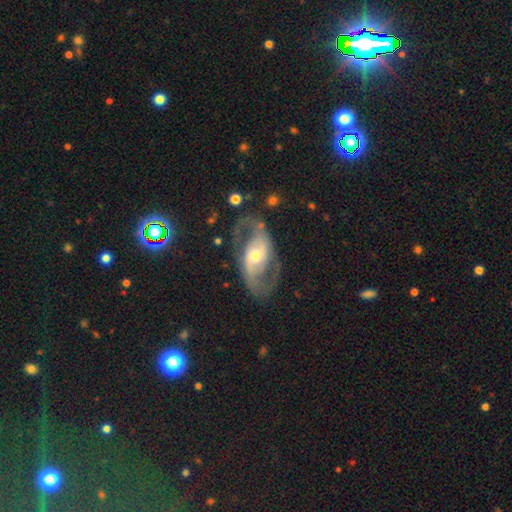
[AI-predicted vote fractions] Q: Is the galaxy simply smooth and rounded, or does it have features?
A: featured or disk — 85%.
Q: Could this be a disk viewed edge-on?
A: no — 96%.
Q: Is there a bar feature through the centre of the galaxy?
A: no — 43%.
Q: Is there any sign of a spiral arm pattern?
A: yes — 89%.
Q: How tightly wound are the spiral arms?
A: medium — 50%.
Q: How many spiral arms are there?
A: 2 — 91%.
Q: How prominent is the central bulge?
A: moderate — 56%.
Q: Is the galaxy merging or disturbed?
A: none — 75%.